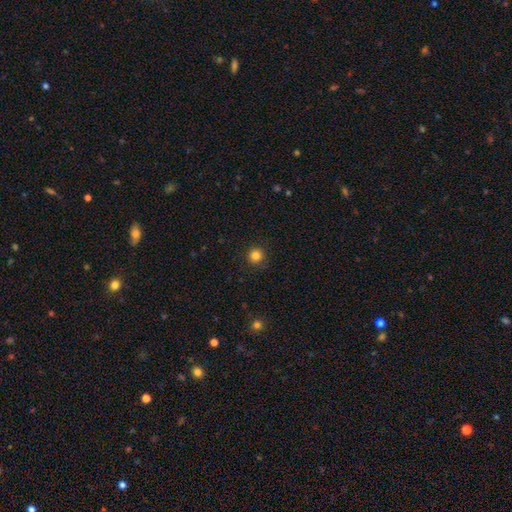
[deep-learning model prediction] A smooth galaxy with no disk features (83%) that is round (95%). Merging: none (91%).